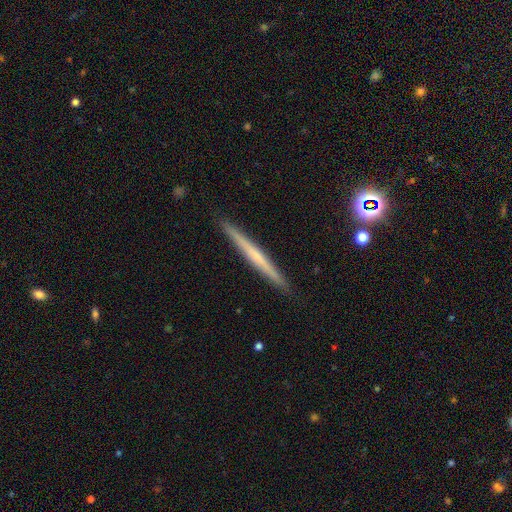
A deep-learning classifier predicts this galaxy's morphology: featured or disk 56%, smooth 37%, star or artifact 7%. Down the decision tree: edge-on disk — yes (98%); edge-on bulge — none (73%); merging — none (92%).